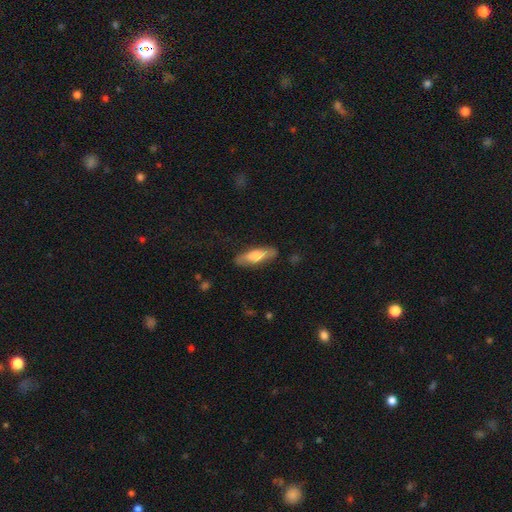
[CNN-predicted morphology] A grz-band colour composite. It shows a smooth galaxy with no disk features (64%) that is cigar-shaped (58%). Merging: none (82%).